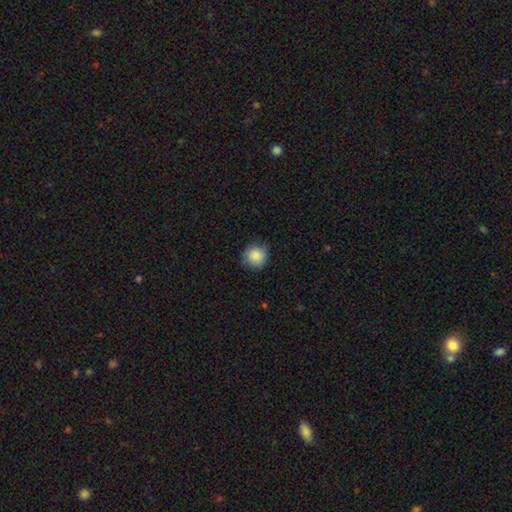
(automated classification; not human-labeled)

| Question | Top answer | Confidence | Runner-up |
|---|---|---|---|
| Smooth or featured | smooth | 89% | star or artifact (8%) |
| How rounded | round | 94% | in between (5%) |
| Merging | none | 86% | minor disturbance (10%) |